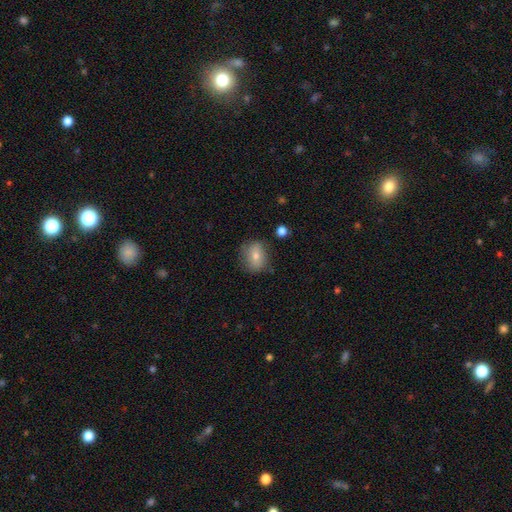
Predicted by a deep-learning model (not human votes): Morphology: type=smooth (68%); roundness=round (62%); merging=none (75%).